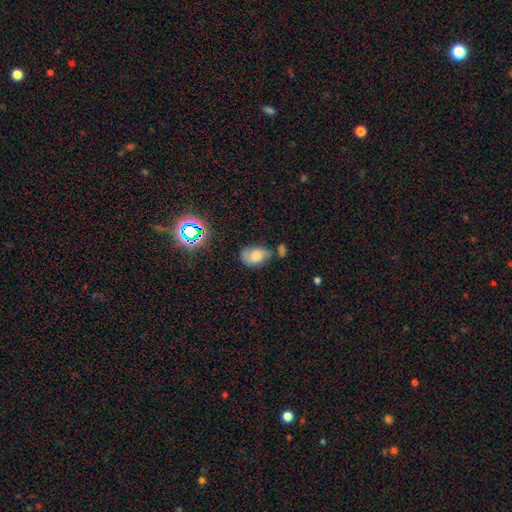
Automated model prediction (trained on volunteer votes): A smooth galaxy with no disk features (66%) that is in between round and cigar-shaped (85%).

Vote fractions:
- Smooth or featured? smooth: 66% / featured or disk: 21% / star or artifact: 14%
- How rounded? in between: 85% / round: 14% / cigar-shaped: 1%
- Merging? none: 51% / minor disturbance: 28% / merger: 11% / major disturbance: 9%